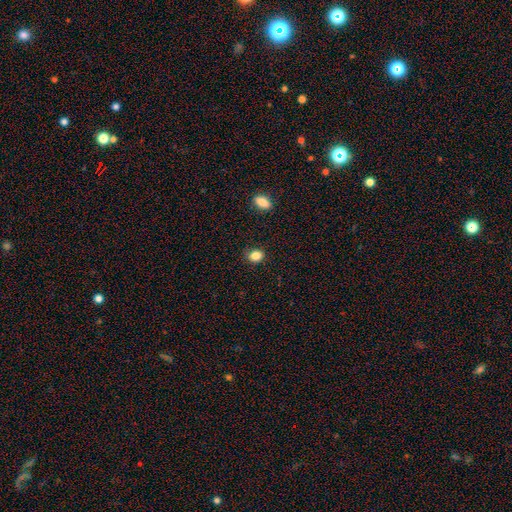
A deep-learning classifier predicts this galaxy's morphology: This appears to be a smooth galaxy with no disk features (84%) that is round (50%). Merging: none (82%).